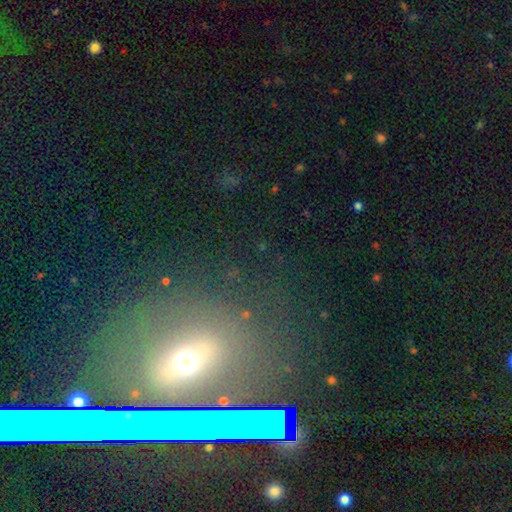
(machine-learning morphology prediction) Smooth or featured? Predicted: star or artifact (p=0.40).